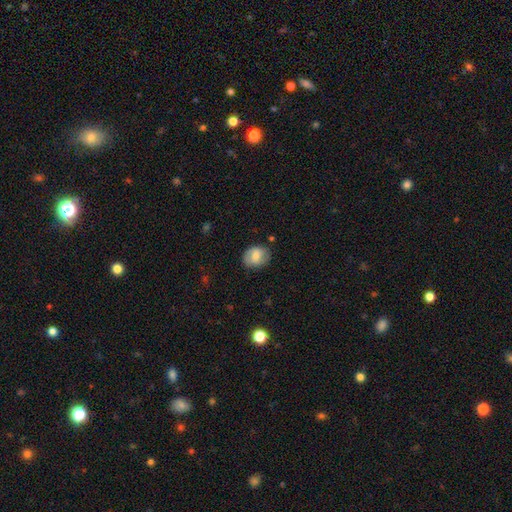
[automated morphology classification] The model was most divided on "how rounded": in between: 51%, round: 48%, cigar-shaped: 1%. More confident: merging — none (77%); smooth or featured — smooth (63%).